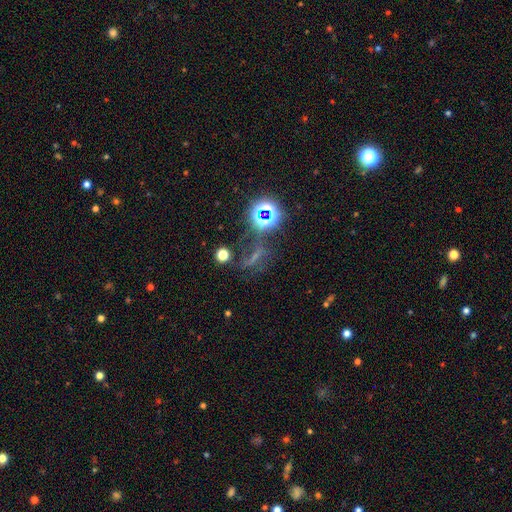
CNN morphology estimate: A star or artifact, not a galaxy (48%).